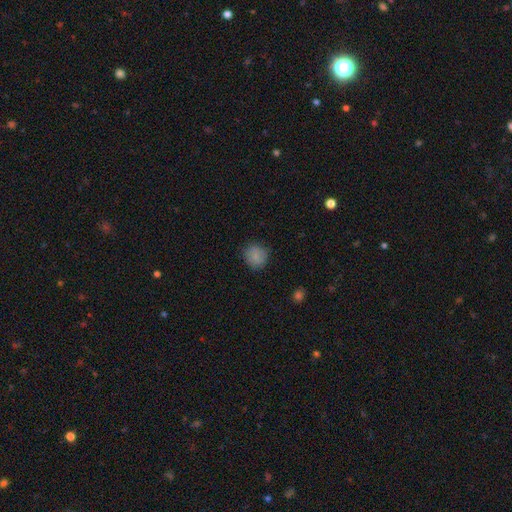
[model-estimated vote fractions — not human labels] A smooth galaxy with no disk features (81%) that is round (84%). Merging: none (80%).